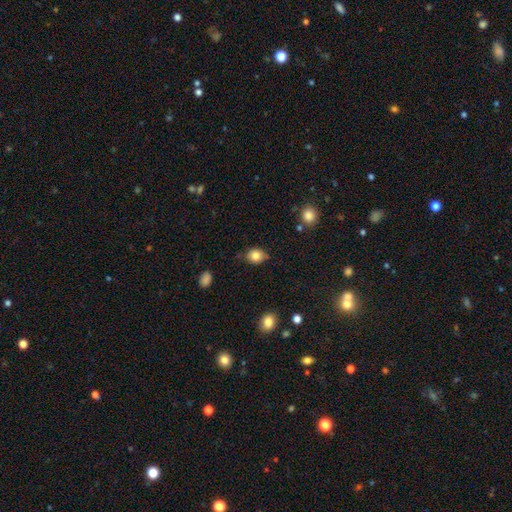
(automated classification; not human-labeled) A smooth galaxy with no disk features (83%) that is round (56%).

Vote fractions:
- Smooth or featured? smooth: 83% / star or artifact: 10% / featured or disk: 8%
- How rounded? round: 56% / in between: 43% / cigar-shaped: 1%
- Merging? none: 78% / minor disturbance: 17% / major disturbance: 3% / merger: 3%